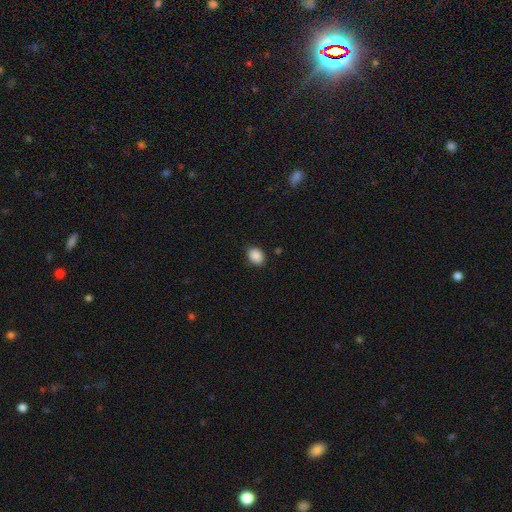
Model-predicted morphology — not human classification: A smooth galaxy with no disk features (89%) that is in between round and cigar-shaped (66%).

Vote fractions:
- Smooth or featured? smooth: 89% / star or artifact: 8% / featured or disk: 3%
- How rounded? in between: 66% / round: 33% / cigar-shaped: 1%
- Merging? none: 87% / minor disturbance: 9% / major disturbance: 2% / merger: 1%